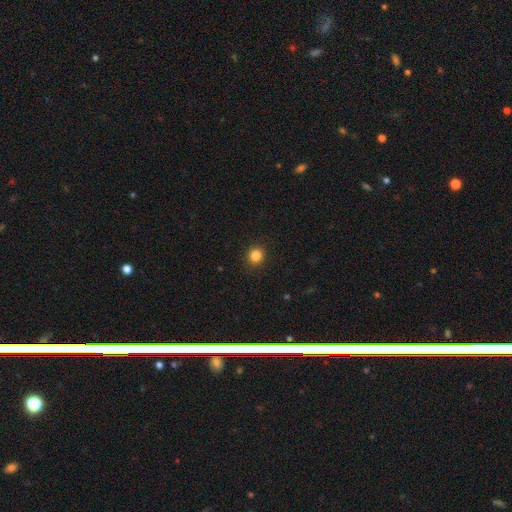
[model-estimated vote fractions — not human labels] This appears to be a smooth galaxy with no disk features (84%) that is round (90%). Merging: none (92%).